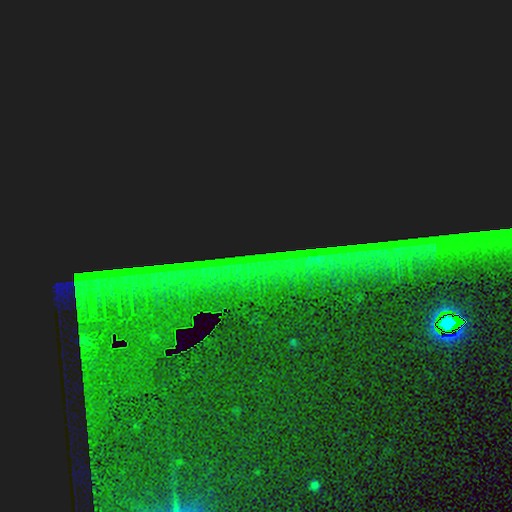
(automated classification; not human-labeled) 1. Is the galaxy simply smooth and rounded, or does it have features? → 86% star or artifact, 7% featured or disk, 6% smooth.